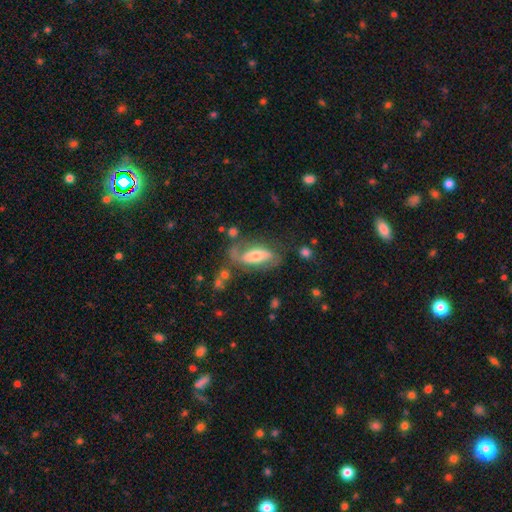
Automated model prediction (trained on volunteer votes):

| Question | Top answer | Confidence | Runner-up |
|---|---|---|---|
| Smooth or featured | featured or disk | 56% | smooth (36%) |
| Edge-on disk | no | 83% | yes (17%) |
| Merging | none | 52% | minor disturbance (22%) |